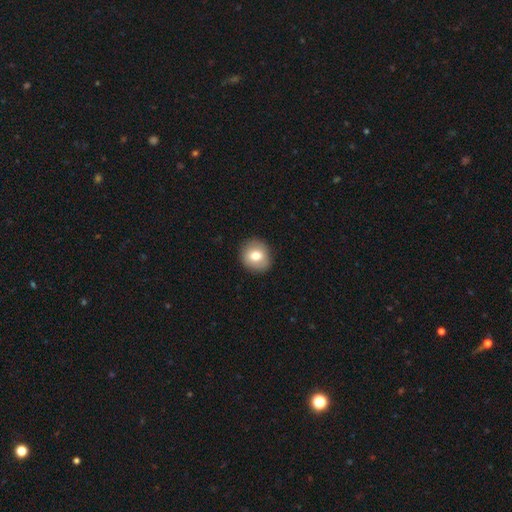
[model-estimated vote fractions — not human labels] smooth_or_featured: smooth (p=0.75) [alt: featured or disk p=0.17]
how_rounded: round (p=0.84) [alt: in between p=0.15]
merging: none (p=0.89) [alt: minor disturbance p=0.07]